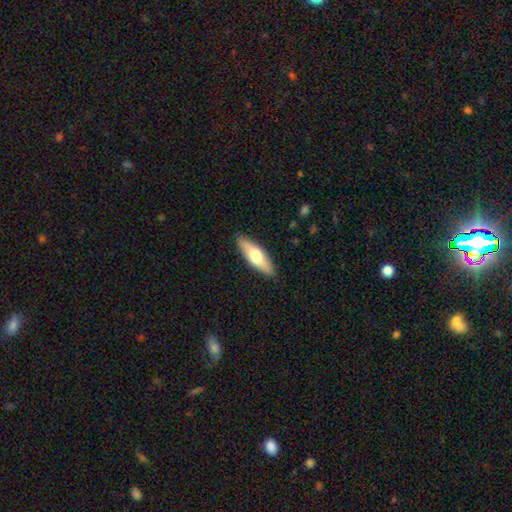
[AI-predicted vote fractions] A smooth galaxy with no disk features (61%) that is cigar-shaped (50%).

Vote fractions:
- Smooth or featured? smooth: 61% / featured or disk: 34% / star or artifact: 5%
- How rounded? cigar-shaped: 50% / in between: 48% / round: 2%
- Merging? none: 89% / minor disturbance: 8% / major disturbance: 2% / merger: 1%